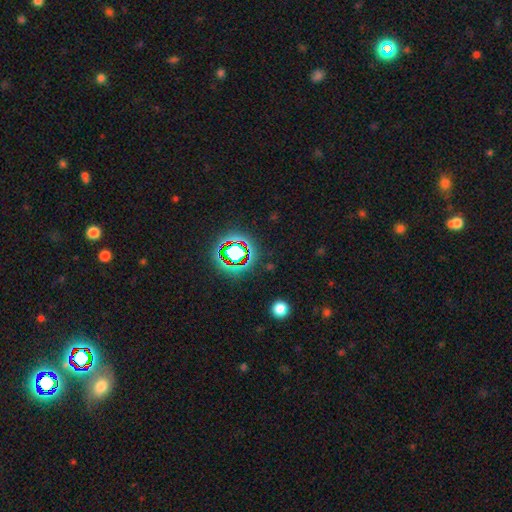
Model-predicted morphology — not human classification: Smooth or featured? star or artifact (77%)